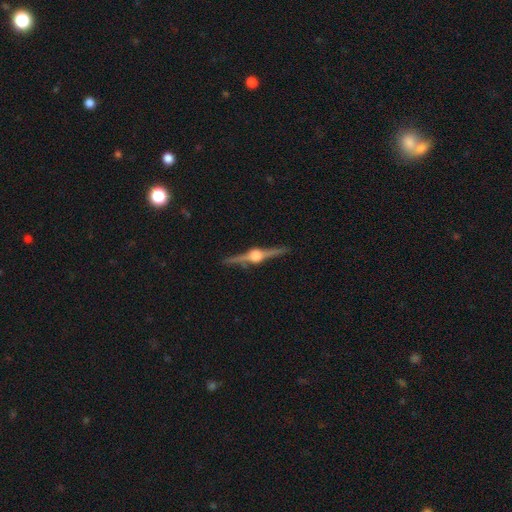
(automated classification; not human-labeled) Smooth or featured: featured or disk — 89% (smooth — 6%)
Edge-on disk: yes — 98% (no — 2%)
Edge-on bulge: rounded — 94% (boxy — 5%)
Merging: none — 91% (minor disturbance — 7%)